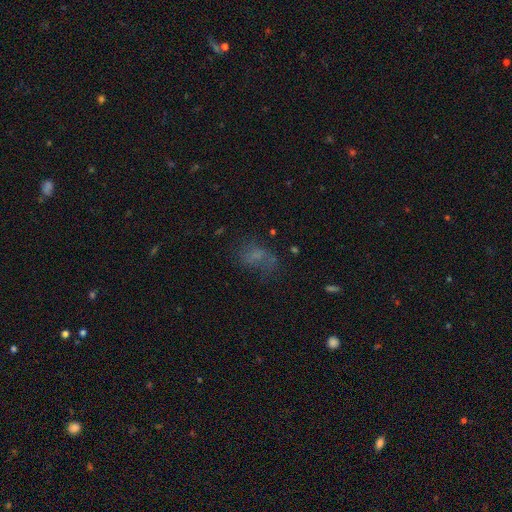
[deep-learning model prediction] Morphology: type=smooth (52%); roundness=in between (78%); merging=none (44%).